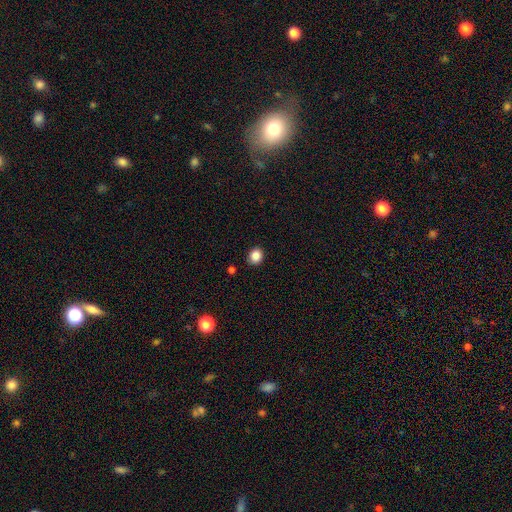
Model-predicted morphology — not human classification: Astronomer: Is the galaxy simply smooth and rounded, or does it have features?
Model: smooth — 86%.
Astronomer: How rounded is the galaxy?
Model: round — 69%.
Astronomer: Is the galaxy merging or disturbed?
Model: none — 88%.